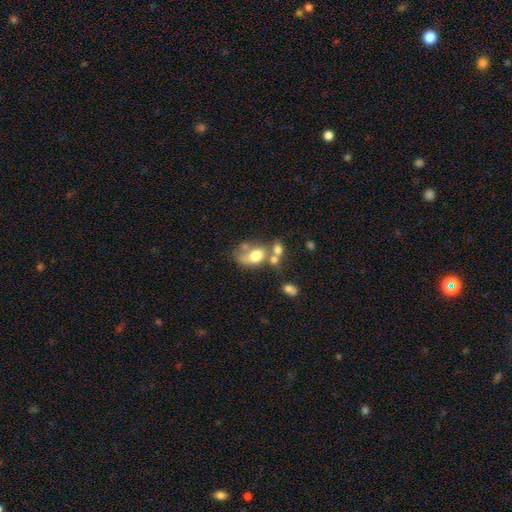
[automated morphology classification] Q: Smooth or featured?
A: smooth (64%); runner-up: featured or disk (25%)
Q: How rounded?
A: in between (66%); runner-up: round (32%)
Q: Merging?
A: merger (52%); runner-up: none (22%)